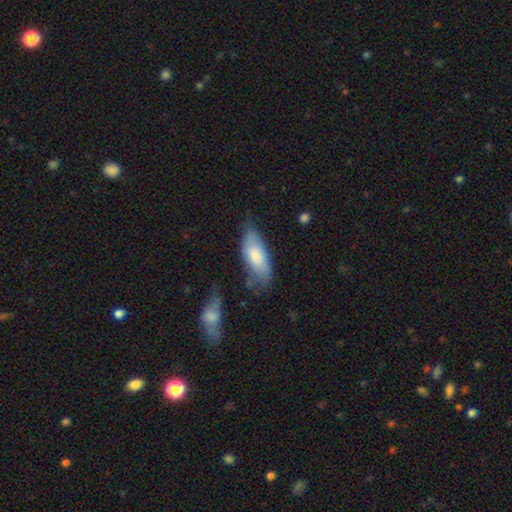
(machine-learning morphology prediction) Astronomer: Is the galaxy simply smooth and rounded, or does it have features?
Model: smooth — 76%.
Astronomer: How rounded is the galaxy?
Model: in between — 80%.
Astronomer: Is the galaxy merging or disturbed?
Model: none — 56% (runner-up: minor disturbance, 31%).